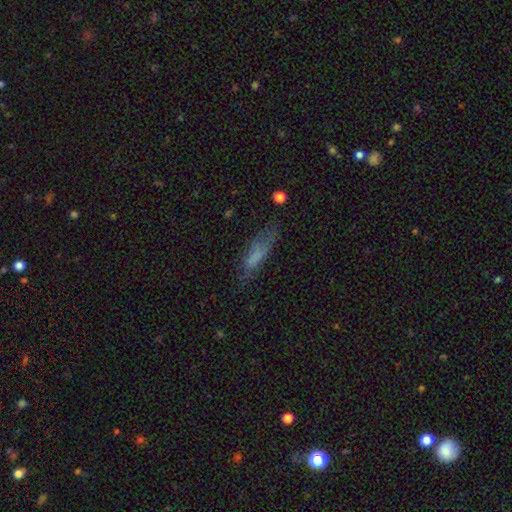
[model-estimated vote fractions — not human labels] Smooth or featured: smooth — 67% (featured or disk — 22%)
How rounded: cigar-shaped — 64% (in between — 34%)
Merging: none — 59% (minor disturbance — 26%)